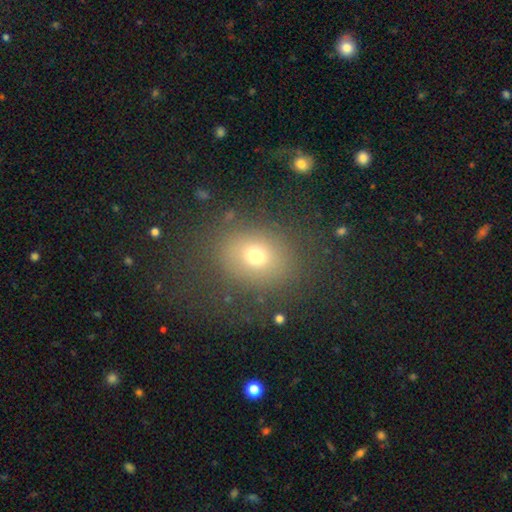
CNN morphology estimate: smooth-or-featured: smooth: 69% | star or artifact: 17% | featured or disk: 14%
  how-rounded: round: 62% | in between: 37% | cigar-shaped: 1%
  merging: none: 75% | minor disturbance: 12% | major disturbance: 10% | merger: 2%